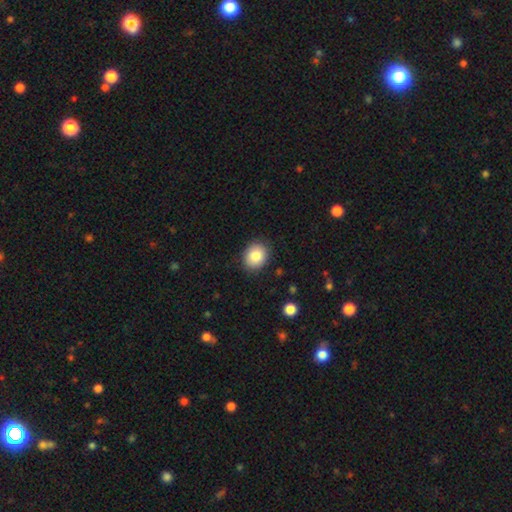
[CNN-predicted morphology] Smooth or featured: smooth — 84% (star or artifact — 9%)
How rounded: round — 63% (in between — 36%)
Merging: none — 88% (minor disturbance — 8%)